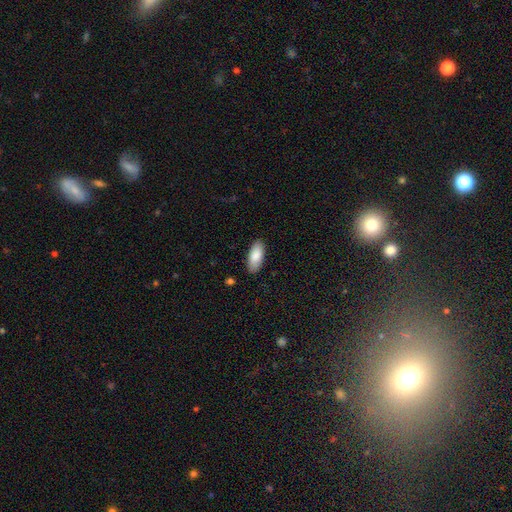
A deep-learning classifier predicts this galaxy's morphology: smooth_or_featured: smooth (p=0.87) [alt: featured or disk p=0.07]
how_rounded: in between (p=0.87) [alt: cigar-shaped p=0.11]
merging: none (p=0.88) [alt: minor disturbance p=0.09]